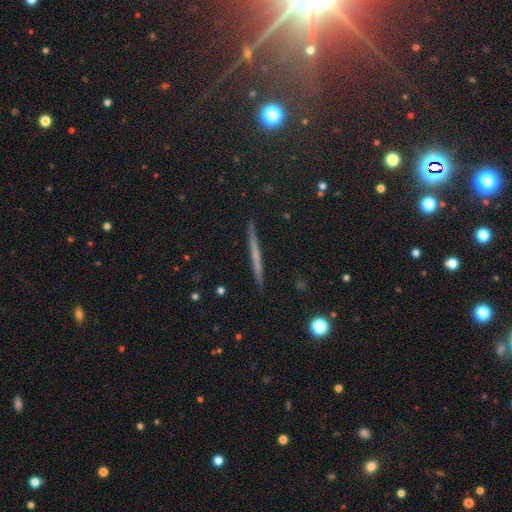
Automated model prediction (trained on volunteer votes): Morphology: type=featured or disk (49%); merging=none (92%).